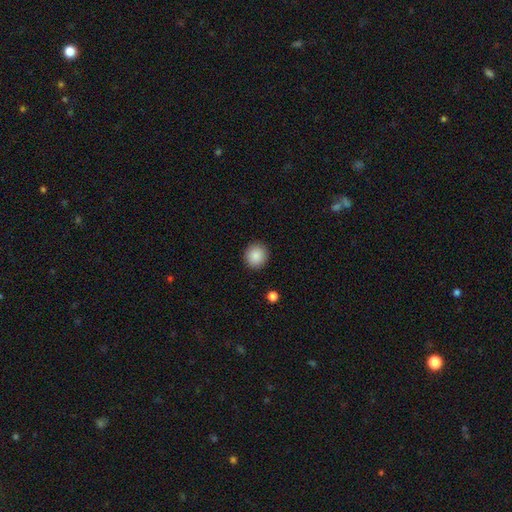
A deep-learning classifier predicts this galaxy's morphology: smooth 88%, star or artifact 8%, featured or disk 4%. Down the decision tree: how rounded — round (88%); merging — none (91%).